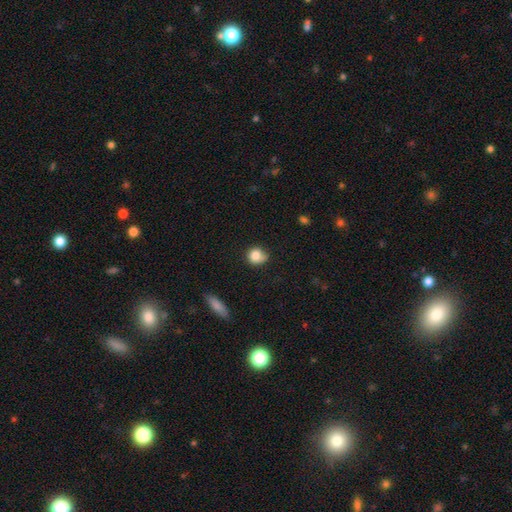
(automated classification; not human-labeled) This appears to be a smooth galaxy with no disk features (82%) that is round (78%). Merging: none (56%).